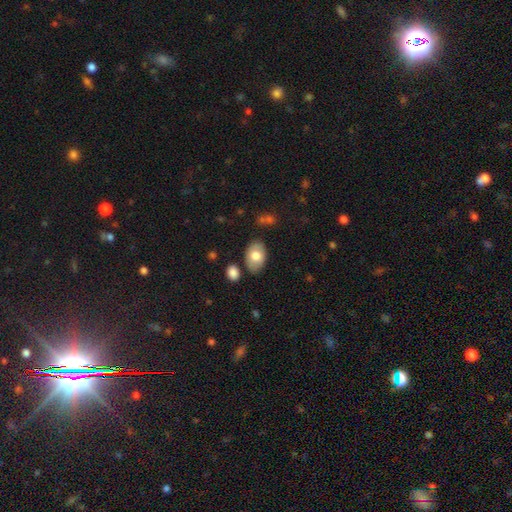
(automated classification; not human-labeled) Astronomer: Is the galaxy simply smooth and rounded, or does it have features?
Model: smooth — 74%.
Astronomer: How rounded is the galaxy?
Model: in between — 88%.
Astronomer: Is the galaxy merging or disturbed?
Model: none — 80%.